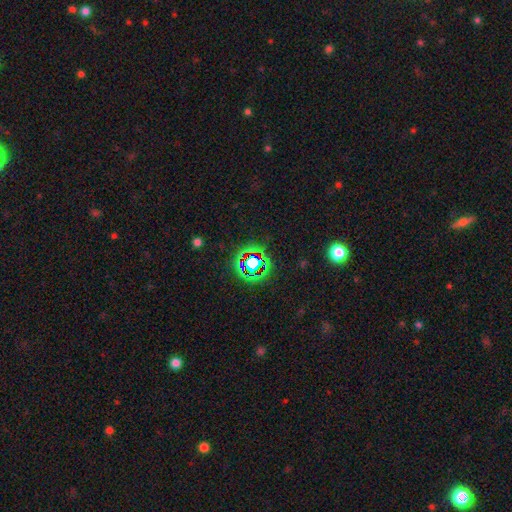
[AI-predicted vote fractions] This is likely a star or artifact rather than a galaxy (71%).